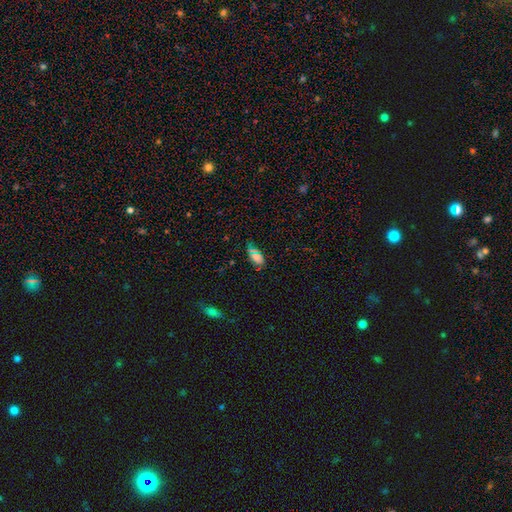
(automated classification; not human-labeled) A smooth galaxy with no disk features (62%) that is in between round and cigar-shaped (88%).

Vote fractions:
- Smooth or featured? smooth: 62% / star or artifact: 30% / featured or disk: 8%
- How rounded? in between: 88% / round: 7% / cigar-shaped: 5%
- Merging? none: 77% / minor disturbance: 15% / major disturbance: 5% / merger: 3%